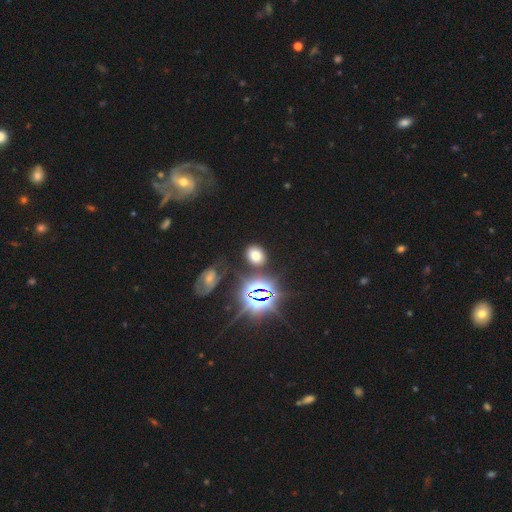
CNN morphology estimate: Smooth or featured? Predicted: smooth (p=0.61). How rounded? Predicted: in between (p=0.55). Merging? Predicted: none (p=0.82).